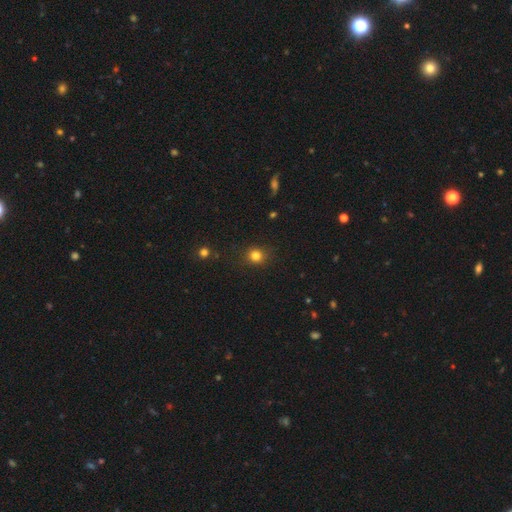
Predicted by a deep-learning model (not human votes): Smooth or featured: smooth — 81% (star or artifact — 14%)
How rounded: round — 86% (in between — 13%)
Merging: none — 86% (minor disturbance — 9%)